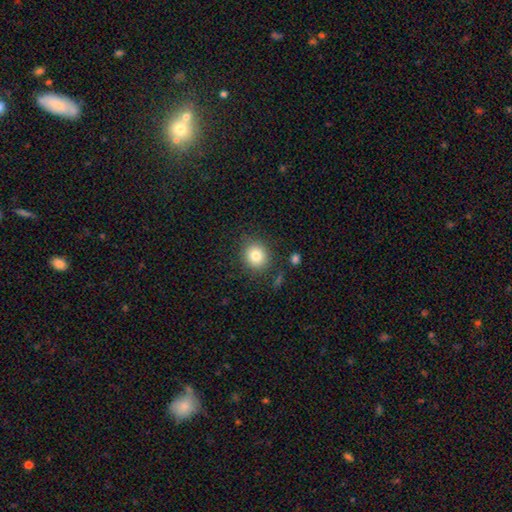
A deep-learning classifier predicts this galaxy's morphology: smooth_or_featured: smooth (p=0.82) [alt: star or artifact p=0.10]
how_rounded: round (p=0.78) [alt: in between p=0.21]
merging: none (p=0.84) [alt: minor disturbance p=0.10]